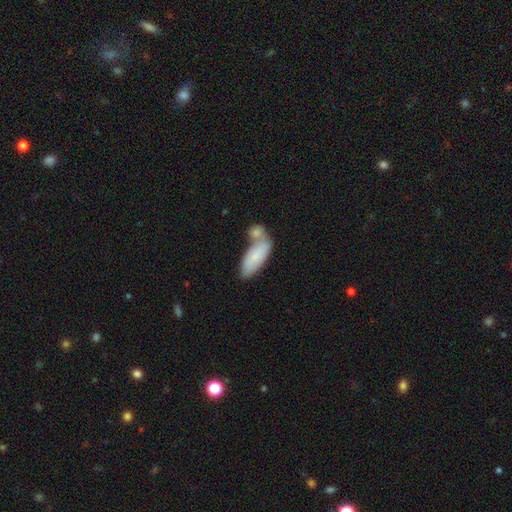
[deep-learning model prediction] A smooth galaxy with no disk features (77%) that is in between round and cigar-shaped (73%). Merging: merger (46%).